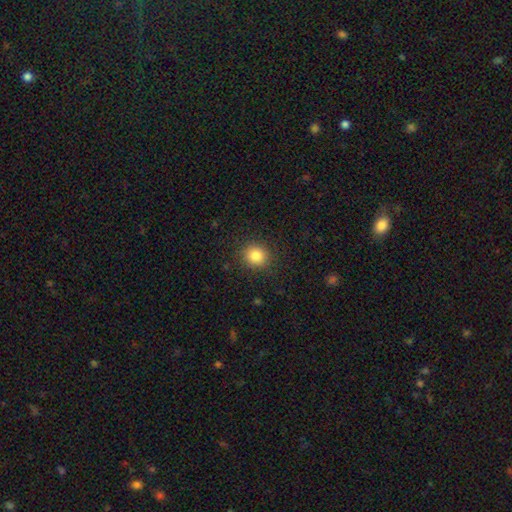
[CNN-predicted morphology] This appears to be a smooth galaxy with no disk features (84%) that is round (87%). Merging: none (89%).